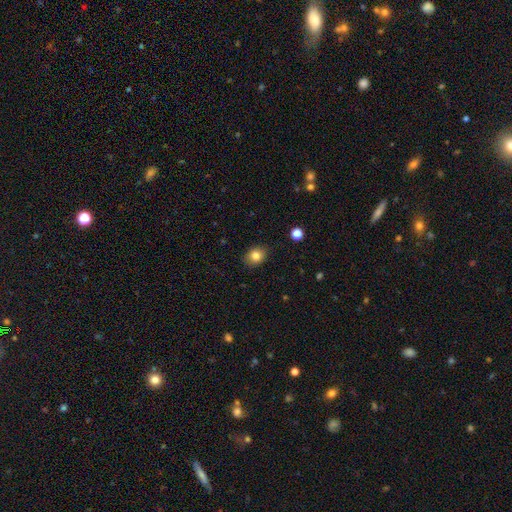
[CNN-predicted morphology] type=smooth (82%); roundness=round (54%); merging=none (86%).